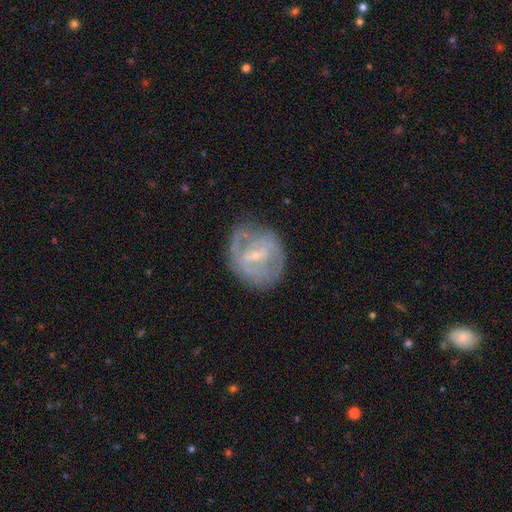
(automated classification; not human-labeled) Overall: featured or disk (72%). Edge-on disk: no (96%). Bar: weak (51%; strong 27%). Spiral arms: yes (67%; no 33%). Bulge size: small (71%). Merging: none (62%; minor disturbance 23%).